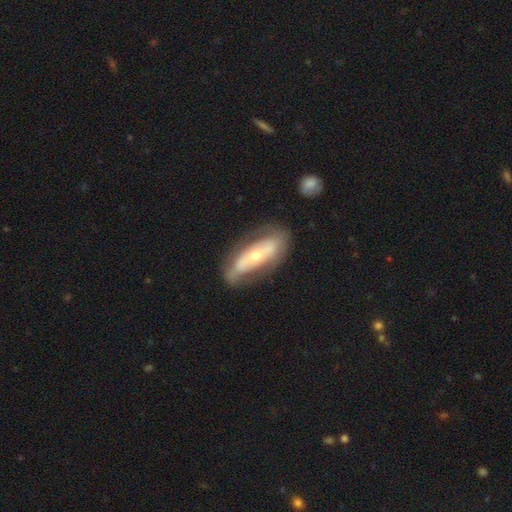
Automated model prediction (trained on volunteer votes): Morphology: type=featured or disk (63%); edge-on=no (79%); merging=none (68%).